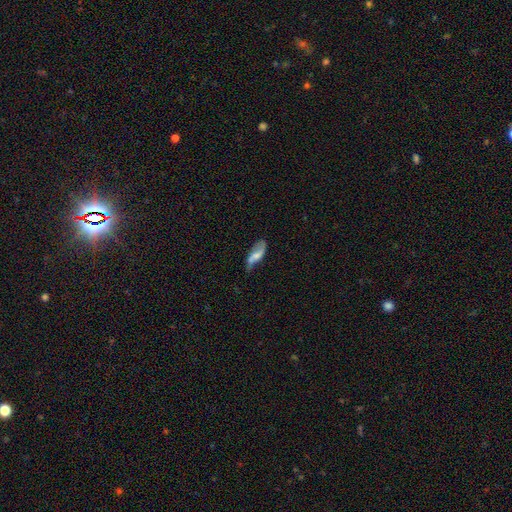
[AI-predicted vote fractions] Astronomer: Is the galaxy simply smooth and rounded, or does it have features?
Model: featured or disk — 56% (runner-up: smooth, 37%).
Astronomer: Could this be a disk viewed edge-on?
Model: no — 86%.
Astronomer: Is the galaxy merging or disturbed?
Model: none — 49% (runner-up: minor disturbance, 31%).